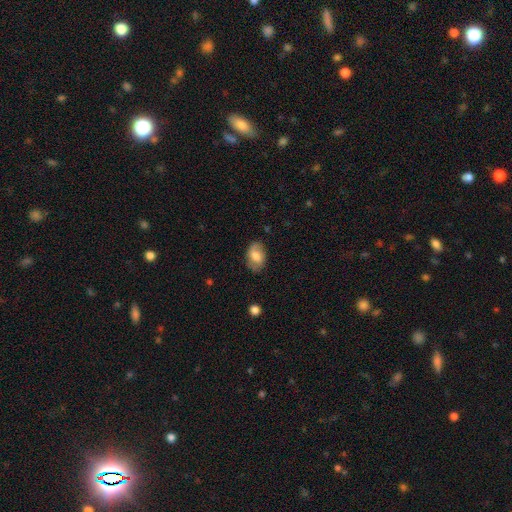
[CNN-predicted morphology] A smooth galaxy with no disk features (68%) that is in between round and cigar-shaped (86%).

Vote fractions:
- Smooth or featured? smooth: 68% / featured or disk: 25% / star or artifact: 8%
- How rounded? in between: 86% / round: 12% / cigar-shaped: 1%
- Merging? none: 73% / minor disturbance: 20% / major disturbance: 6% / merger: 1%